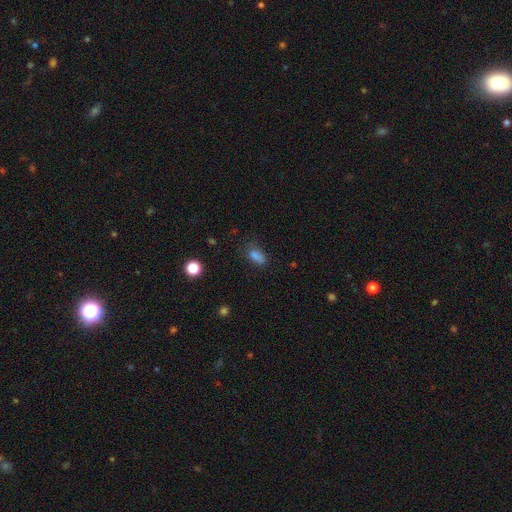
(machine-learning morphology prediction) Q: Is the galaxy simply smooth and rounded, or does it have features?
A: smooth — 77%.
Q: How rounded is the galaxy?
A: in between — 81%.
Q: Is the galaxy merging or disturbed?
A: none — 59%.